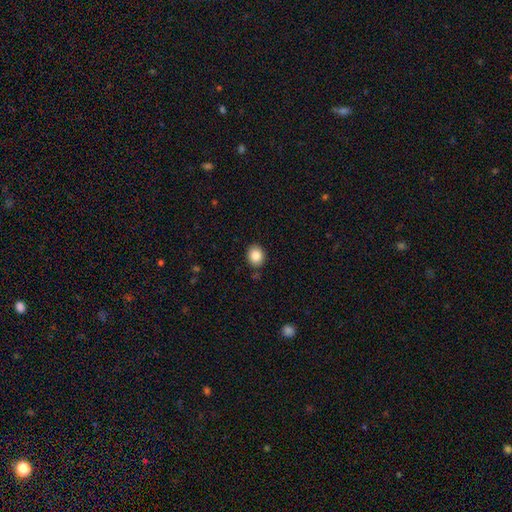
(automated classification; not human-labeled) The model was most divided on "how rounded": round: 58%, in between: 41%, cigar-shaped: 1%. More confident: merging — none (87%); smooth or featured — smooth (85%).